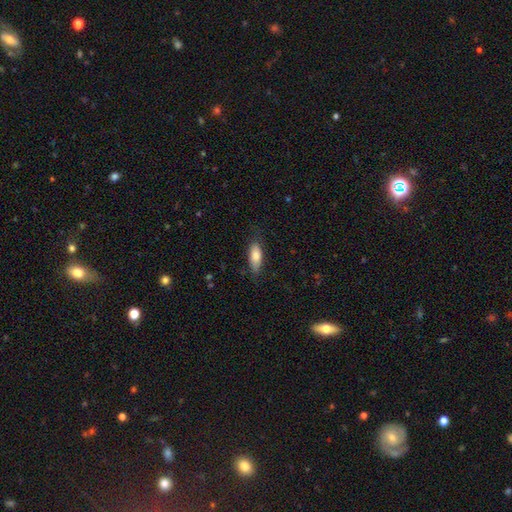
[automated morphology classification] smooth-or-featured: smooth: 79% | featured or disk: 15% | star or artifact: 6%
  how-rounded: in between: 71% | cigar-shaped: 27% | round: 2%
  merging: none: 73% | minor disturbance: 20% | major disturbance: 5% | merger: 1%